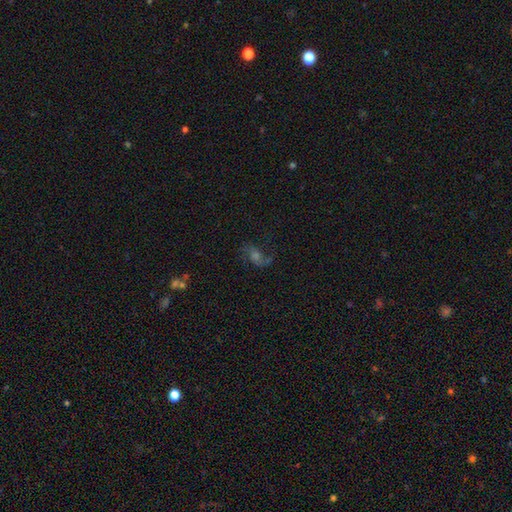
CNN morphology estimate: smooth-or-featured: featured or disk: 65% | star or artifact: 19% | smooth: 17%
  disk-edge-on: no: 95% | yes: 5%
    bar: no: 55% | weak: 36% | strong: 9%
    has-spiral-arms: yes: 91% | no: 9%
      spiral-winding: loose: 61% | medium: 31% | tight: 7%
      spiral-arm-count: 2: 83% | 1: 8% | can't tell: 5% | 3: 1% | 4: 1% | more than 4: 1%
    bulge-size: moderate: 44% | small: 30% | large: 12% | none: 10% | dominant: 3%
  merging: none: 66% | minor disturbance: 16% | major disturbance: 15% | merger: 3%